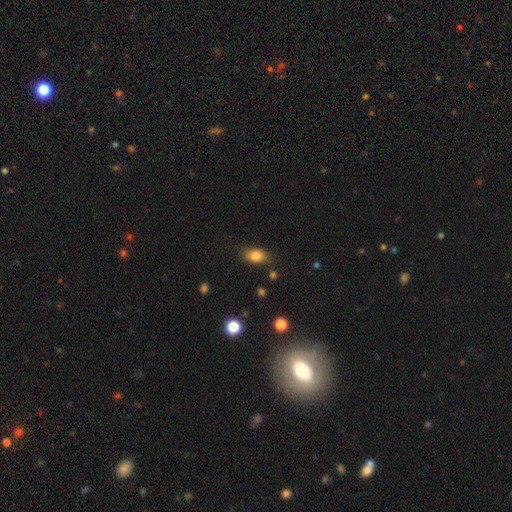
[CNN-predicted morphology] Smooth or featured? Predicted: smooth (p=0.82). How rounded? Predicted: in between (p=0.83). Merging? Predicted: none (p=0.78).